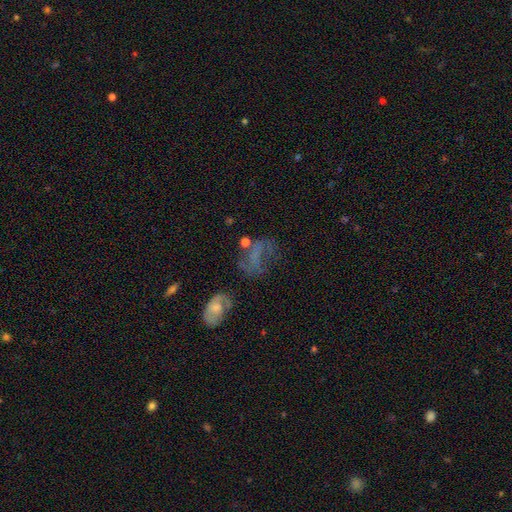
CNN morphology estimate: Smooth or featured: featured or disk — 41% (smooth — 34%)
Merging: none — 40% (major disturbance — 34%)